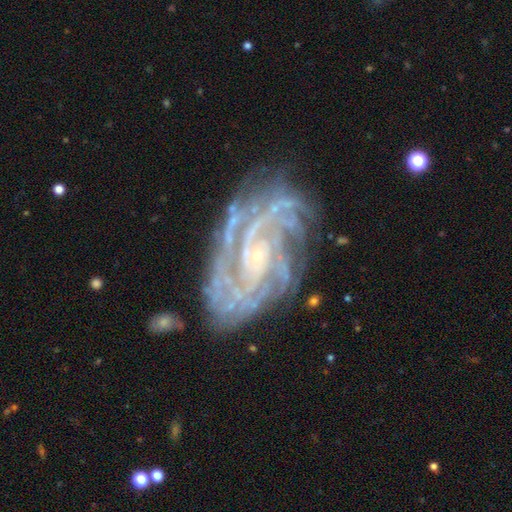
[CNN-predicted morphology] This appears to be a featured or disk galaxy (90%) with no bar (58%), 4 (24%) tight (70%) spiral arms (98%) and a small central bulge (80%). Merging: none (73%).